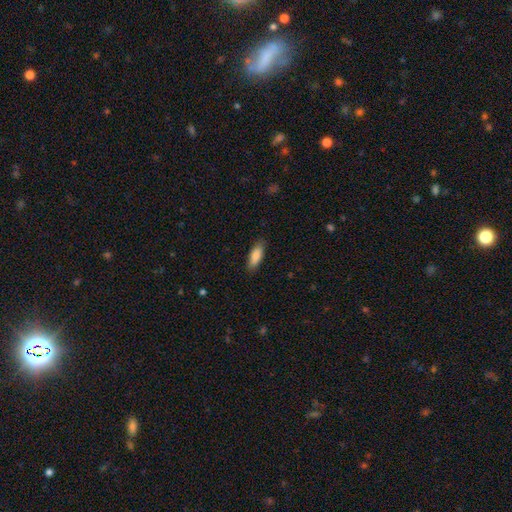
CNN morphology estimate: This is clearly a smooth galaxy (85%). How rounded: likely in between (69%). Merging: clearly none (84%).